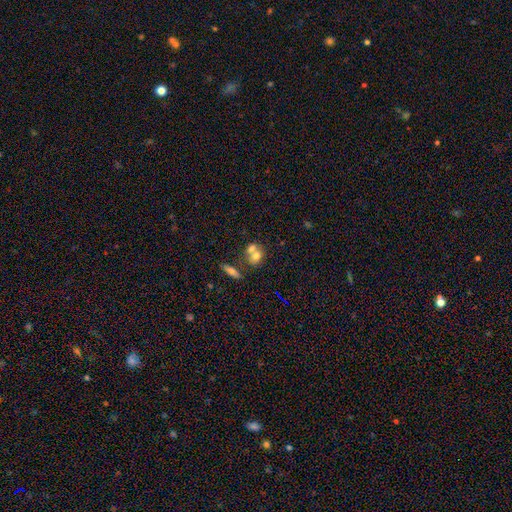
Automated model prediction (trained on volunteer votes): Q: Smooth or featured?
A: smooth (66%); runner-up: featured or disk (23%)
Q: How rounded?
A: round (49%); runner-up: in between (48%)
Q: Merging?
A: merger (57%); runner-up: none (31%)